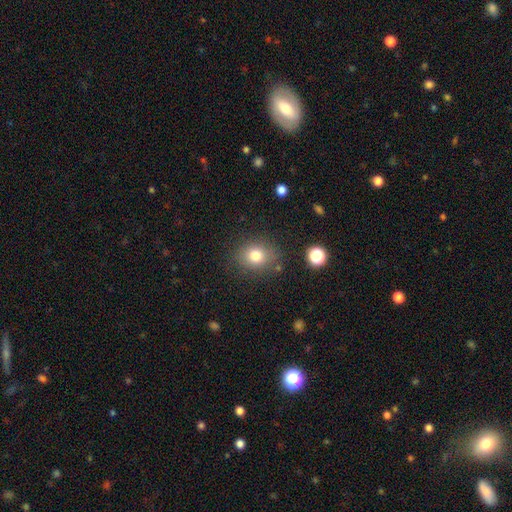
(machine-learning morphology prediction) Smooth or featured? smooth (79%)
How rounded? round (62%)
Merging? none (80%)